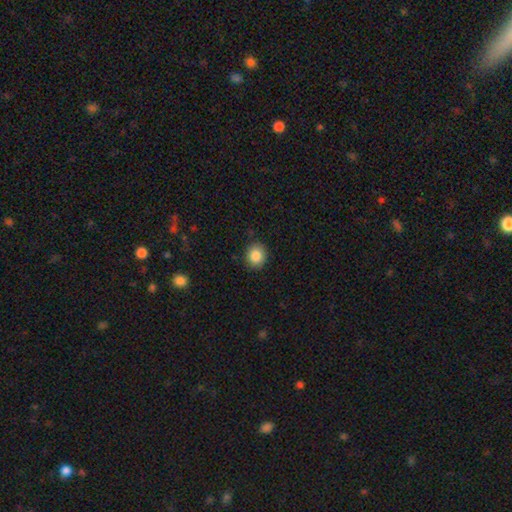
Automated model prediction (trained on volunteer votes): This is clearly a smooth galaxy (86%). How rounded: likely round (73%). Merging: clearly none (87%).